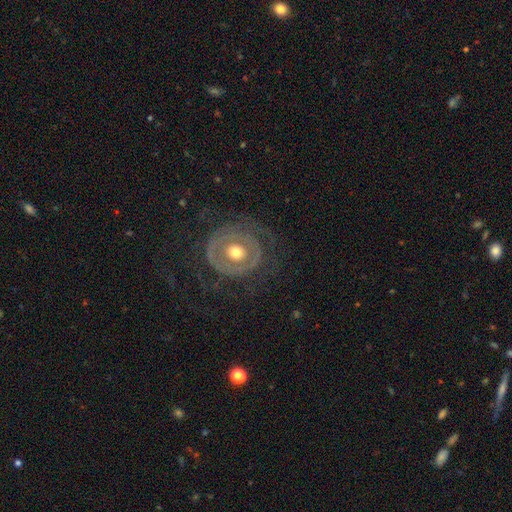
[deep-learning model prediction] The model was most divided on "spiral arms": yes: 56%, no: 44%. More confident: edge-on disk — no (96%); merging — none (82%); bar — no (70%); smooth or featured — featured or disk (64%); bulge size — moderate (63%).